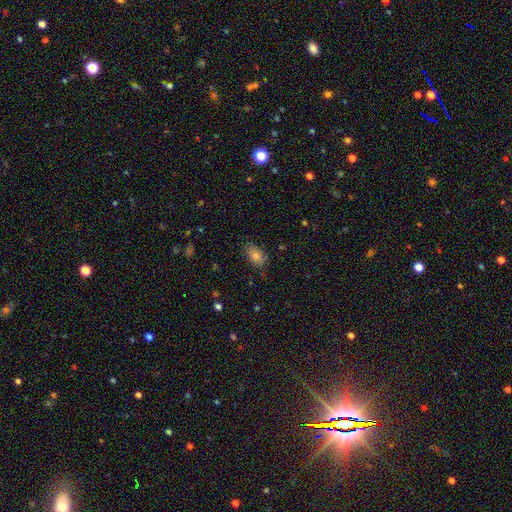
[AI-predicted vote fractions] smooth_or_featured: smooth (p=0.77) [alt: star or artifact p=0.13]
how_rounded: in between (p=0.86) [alt: round p=0.12]
merging: none (p=0.78) [alt: minor disturbance p=0.18]